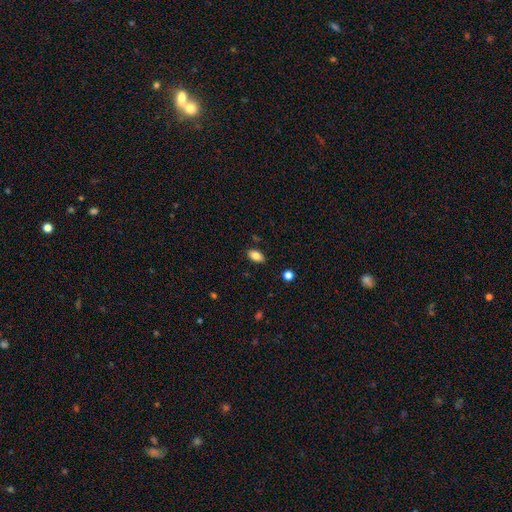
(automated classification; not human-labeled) Smooth or featured?
  - smooth: 83% *
  - star or artifact: 9%
  - featured or disk: 8%
How rounded?
  - in between: 91% *
  - round: 6%
  - cigar-shaped: 3%
Merging?
  - none: 86% *
  - minor disturbance: 10%
  - major disturbance: 2%
  - merger: 2%